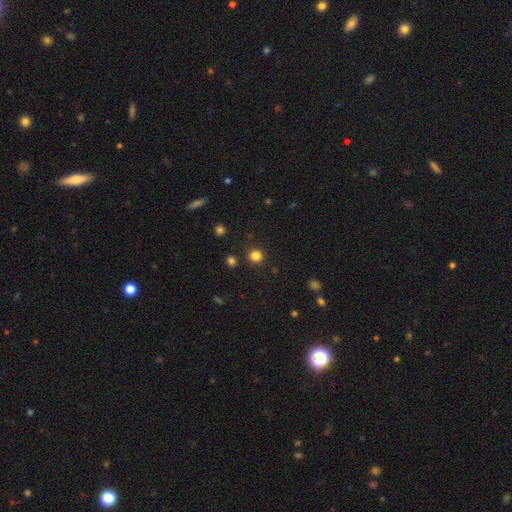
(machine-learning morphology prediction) A smooth galaxy with no disk features (81%) that is round (93%).

Vote fractions:
- Smooth or featured? smooth: 81% / star or artifact: 15% / featured or disk: 4%
- How rounded? round: 93% / in between: 6% / cigar-shaped: 1%
- Merging? none: 90% / minor disturbance: 5% / merger: 2% / major disturbance: 2%